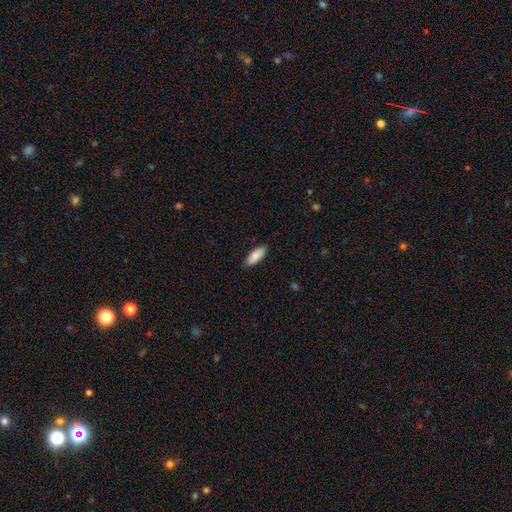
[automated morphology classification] The model was most divided on "how rounded": in between: 71%, cigar-shaped: 27%, round: 2%. More confident: merging — none (88%); smooth or featured — smooth (87%).